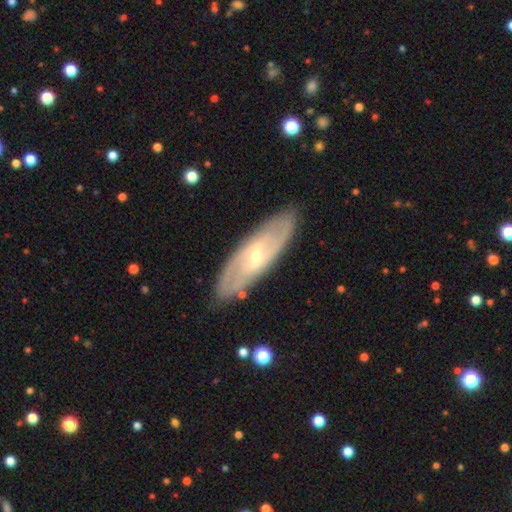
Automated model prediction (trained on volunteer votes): Smooth or featured?
  - featured or disk: 72% *
  - smooth: 22%
  - star or artifact: 6%
Edge-on disk?
  - no: 78% *
  - yes: 22%
Bar?
  - weak: 48% *
  - strong: 38%
  - no: 15%
Spiral arms?
  - yes: 76% *
  - no: 24%
Bulge size?
  - small: 60% *
  - moderate: 33%
  - none: 4%
  - large: 2%
  - dominant: 1%
Merging?
  - none: 84% *
  - minor disturbance: 11%
  - major disturbance: 3%
  - merger: 1%